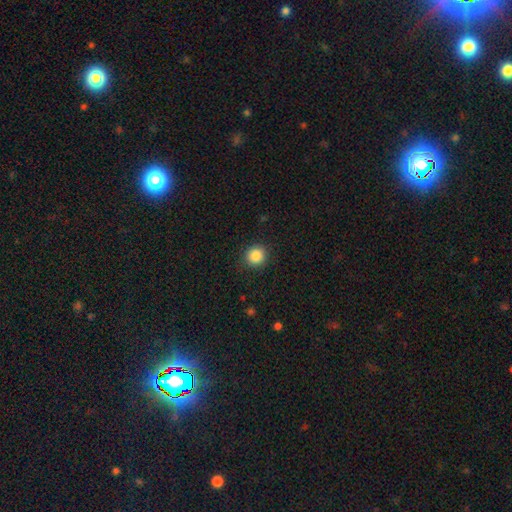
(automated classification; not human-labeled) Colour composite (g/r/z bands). It shows a smooth galaxy with no disk features (87%) that is round (91%). Merging: none (90%).